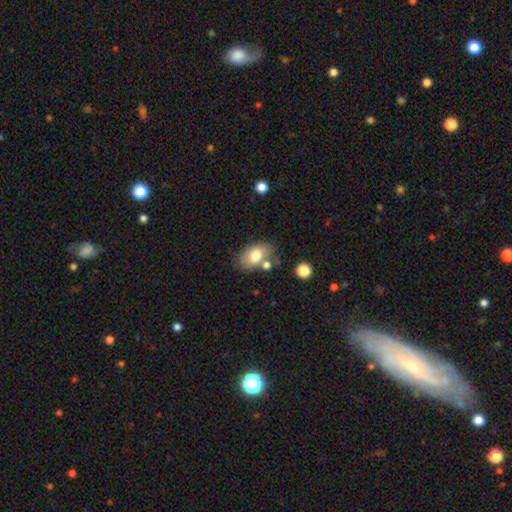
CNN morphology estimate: Smooth or featured? smooth (74%)
How rounded? in between (87%)
Merging? none (63%)